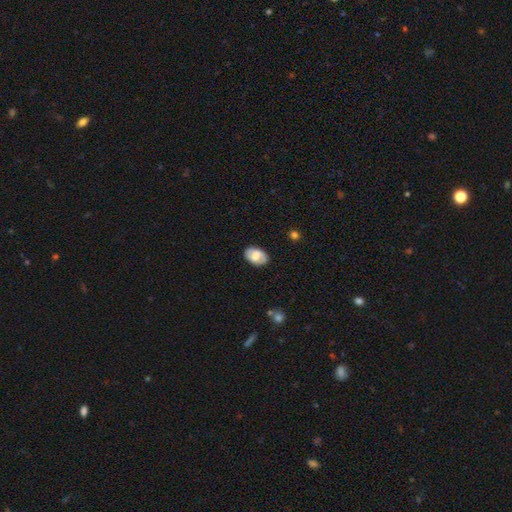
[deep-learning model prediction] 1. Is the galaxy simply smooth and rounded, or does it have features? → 55% smooth, 38% featured or disk, 7% star or artifact.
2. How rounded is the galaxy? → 88% in between, 11% round, 1% cigar-shaped.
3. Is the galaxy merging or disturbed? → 82% none, 14% minor disturbance, 3% major disturbance, 1% merger.